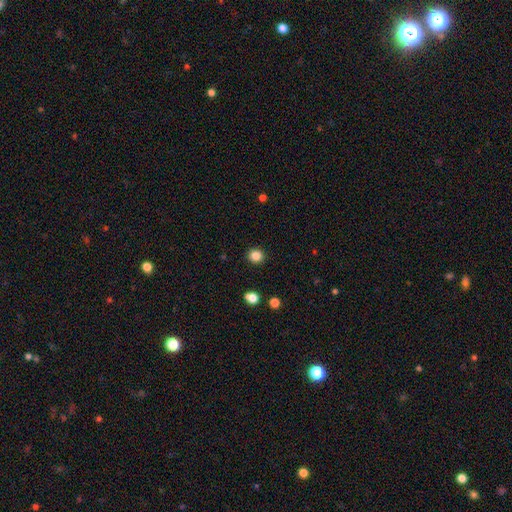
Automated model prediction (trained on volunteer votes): Overall: smooth (85%). How rounded: round (88%). Merging: none (92%).